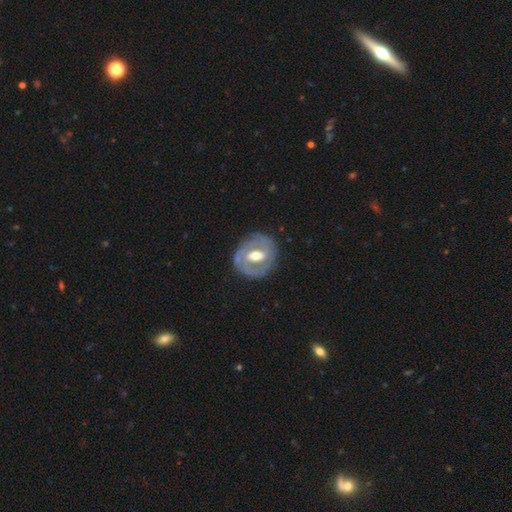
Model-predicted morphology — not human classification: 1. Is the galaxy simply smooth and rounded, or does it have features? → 77% featured or disk, 19% smooth, 4% star or artifact.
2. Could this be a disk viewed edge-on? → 97% no, 3% yes.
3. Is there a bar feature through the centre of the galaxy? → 42% weak, 35% no, 23% strong.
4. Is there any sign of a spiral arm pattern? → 67% yes, 33% no.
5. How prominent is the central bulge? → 67% moderate, 21% large, 9% small, 1% dominant, 1% none.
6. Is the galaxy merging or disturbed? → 77% none, 16% minor disturbance, 6% major disturbance, 2% merger.